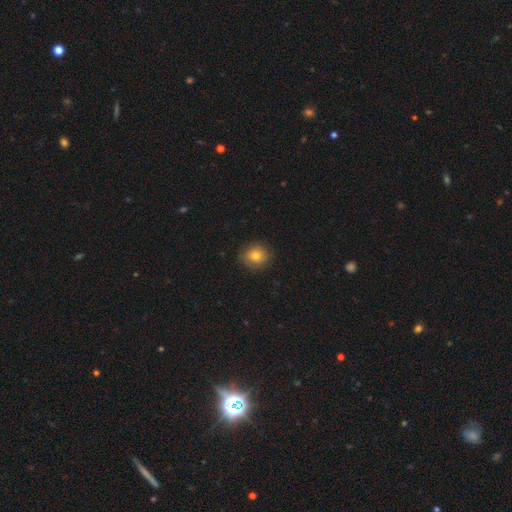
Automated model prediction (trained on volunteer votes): Q: Smooth or featured?
A: smooth (77%); runner-up: featured or disk (11%)
Q: How rounded?
A: round (84%); runner-up: in between (15%)
Q: Merging?
A: none (85%); runner-up: minor disturbance (11%)